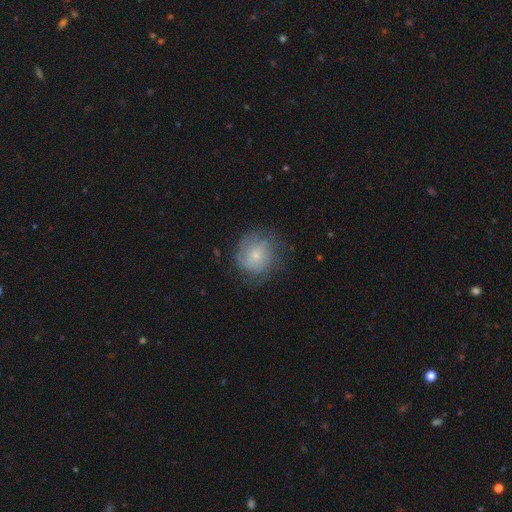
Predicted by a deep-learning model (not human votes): A smooth galaxy with no disk features (51%) that is round (82%).

Vote fractions:
- Smooth or featured? smooth: 51% / featured or disk: 40% / star or artifact: 9%
- How rounded? round: 82% / in between: 17% / cigar-shaped: 1%
- Merging? none: 63% / minor disturbance: 23% / major disturbance: 13% / merger: 1%